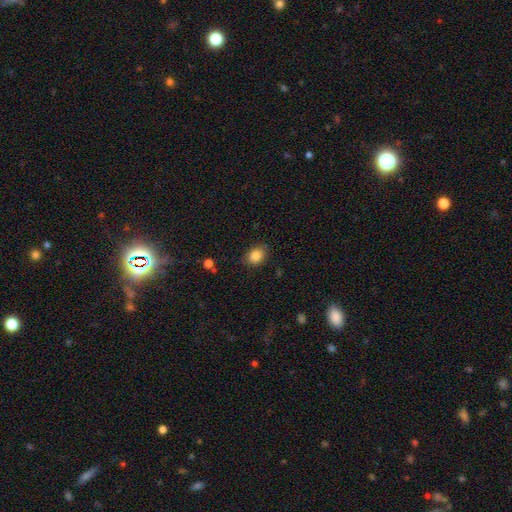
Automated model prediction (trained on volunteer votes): This is clearly a smooth galaxy (85%). How rounded: possibly in between (59%). Merging: clearly none (84%).